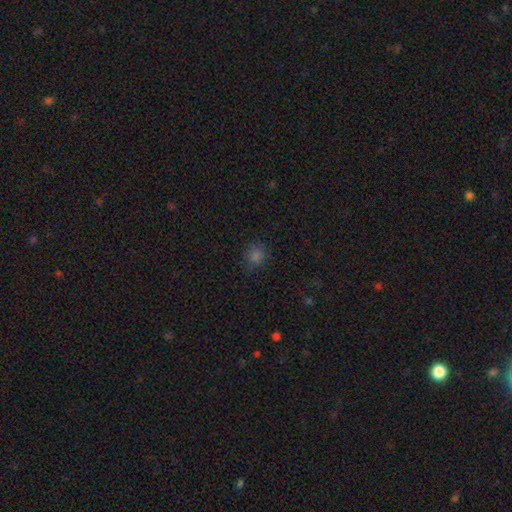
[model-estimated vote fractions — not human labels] Smooth or featured? smooth (77%)
How rounded? round (81%)
Merging? none (85%)